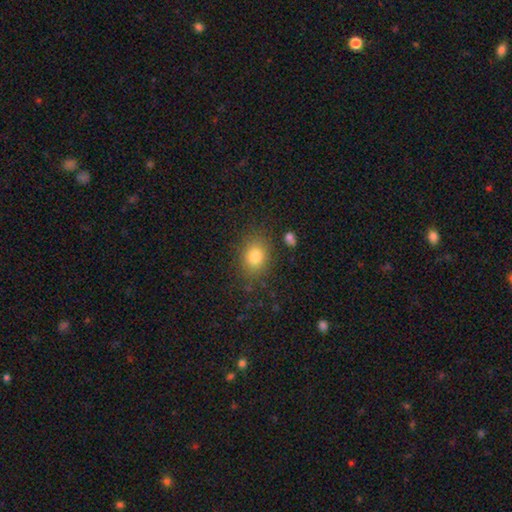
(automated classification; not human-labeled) Morphology: type=smooth (80%); roundness=in between (58%); merging=none (82%).